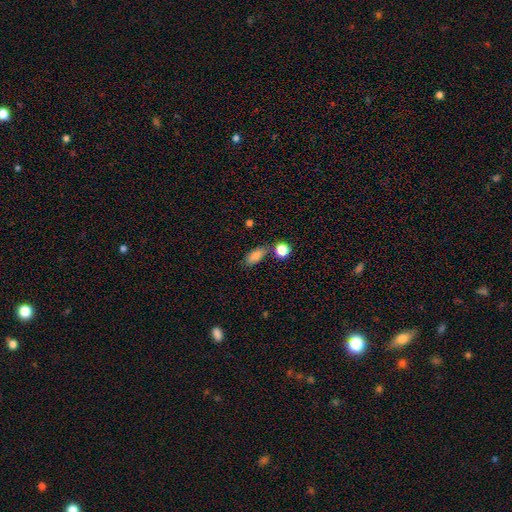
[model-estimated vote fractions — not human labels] Overall: smooth (82%). How rounded: in between (82%). Merging: none (69%).